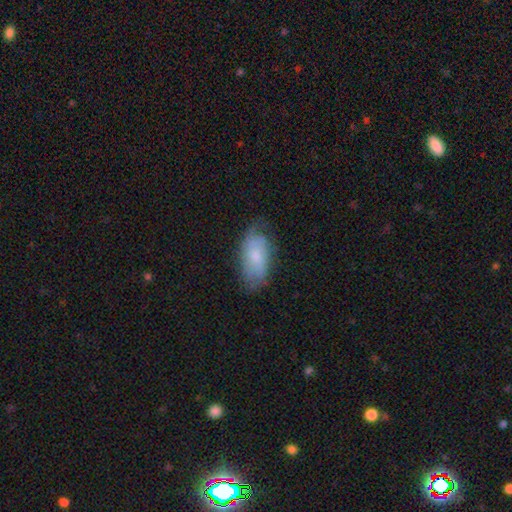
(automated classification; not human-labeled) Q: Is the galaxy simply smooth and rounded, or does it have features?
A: smooth — 64%.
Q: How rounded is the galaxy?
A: in between — 92%.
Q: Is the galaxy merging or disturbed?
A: none — 60%.